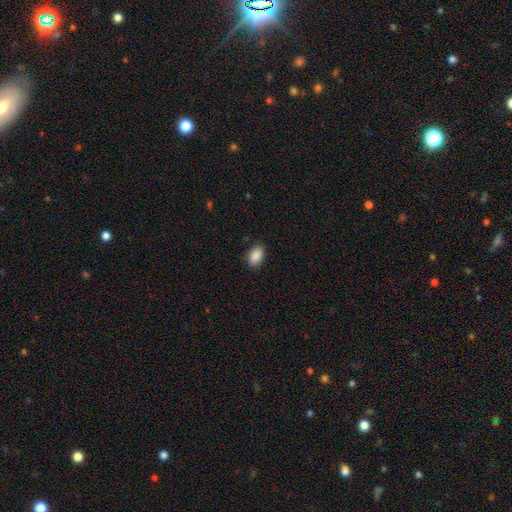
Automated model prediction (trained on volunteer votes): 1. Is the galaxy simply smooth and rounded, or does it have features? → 89% smooth, 7% star or artifact, 3% featured or disk.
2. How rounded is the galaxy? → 91% in between, 8% round, 2% cigar-shaped.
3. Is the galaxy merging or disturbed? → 87% none, 10% minor disturbance, 2% major disturbance, 1% merger.